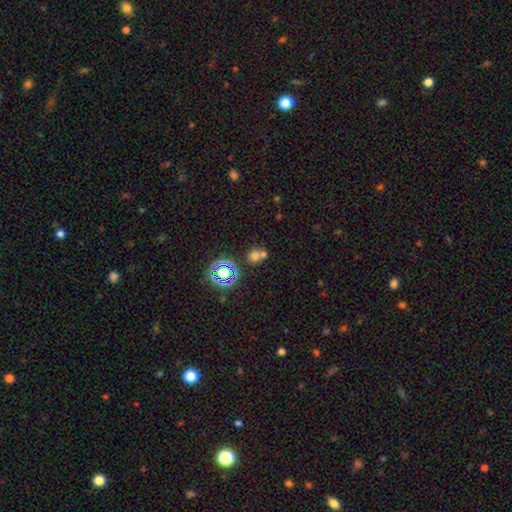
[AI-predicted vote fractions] Morphology: type=smooth (55%); roundness=round (81%); merging=none (49%).